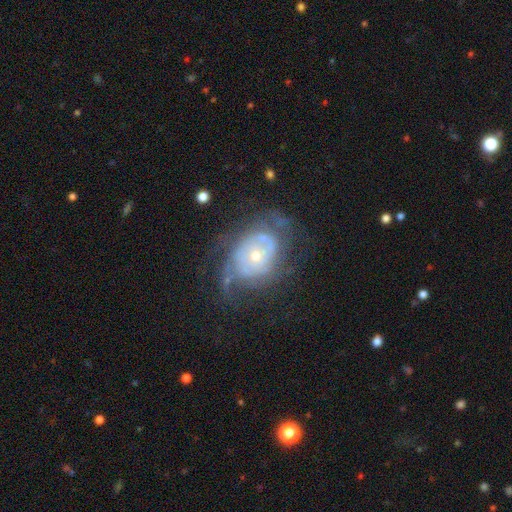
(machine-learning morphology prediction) This appears to be a featured or disk galaxy (76%) with no bar (83%), tight (56%) spiral arms (79%) and a small central bulge (61%). Merging: none (52%).